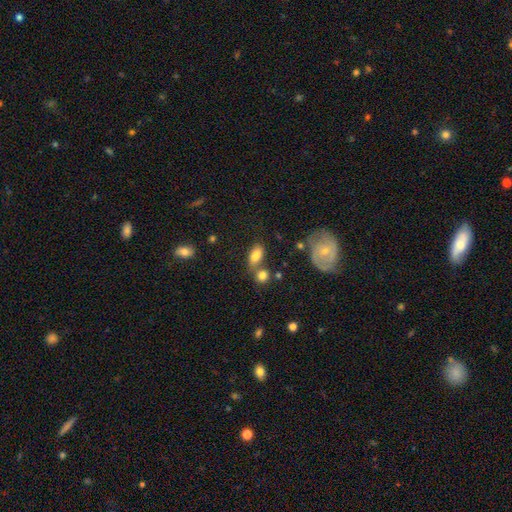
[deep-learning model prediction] A smooth galaxy with no disk features (78%) that is in between round and cigar-shaped (87%).

Vote fractions:
- Smooth or featured? smooth: 78% / featured or disk: 12% / star or artifact: 9%
- How rounded? in between: 87% / round: 9% / cigar-shaped: 4%
- Merging? none: 49% / merger: 28% / minor disturbance: 16% / major disturbance: 7%